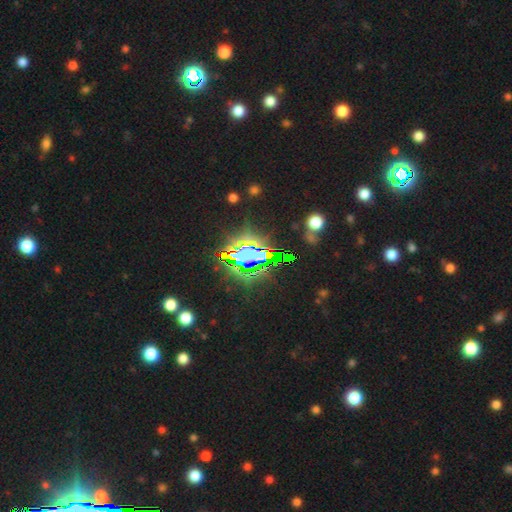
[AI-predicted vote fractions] This appears to be a star or artifact, not a galaxy (80%).